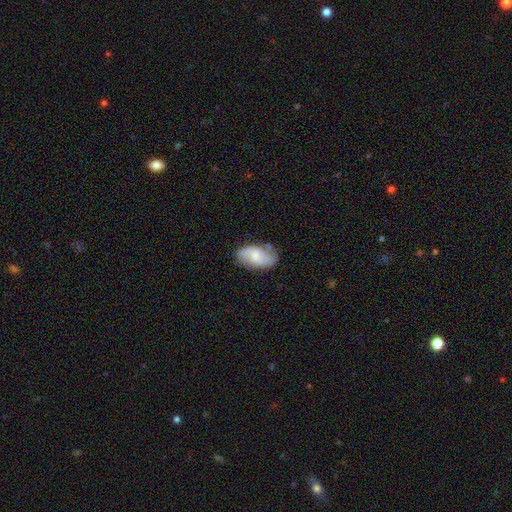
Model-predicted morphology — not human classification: This appears to be a featured or disk galaxy (55%) with a weak bar (47%), spiral arms (83%) and a small central bulge (47%). Merging: none (69%).